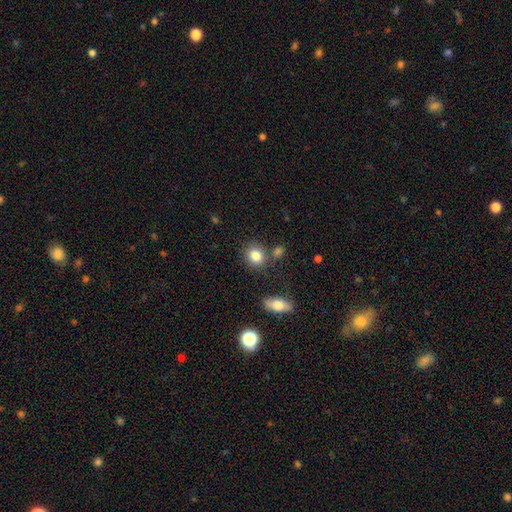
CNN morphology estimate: smooth-or-featured: smooth: 84% | star or artifact: 9% | featured or disk: 7%
  how-rounded: round: 71% | in between: 28% | cigar-shaped: 1%
  merging: none: 76% | minor disturbance: 11% | merger: 9% | major disturbance: 3%